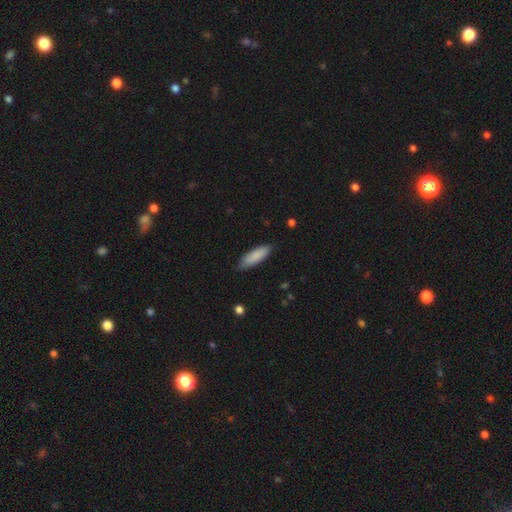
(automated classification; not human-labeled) This appears to be a smooth galaxy with no disk features (87%) that is cigar-shaped (49%, tied with in between). Merging: none (84%).